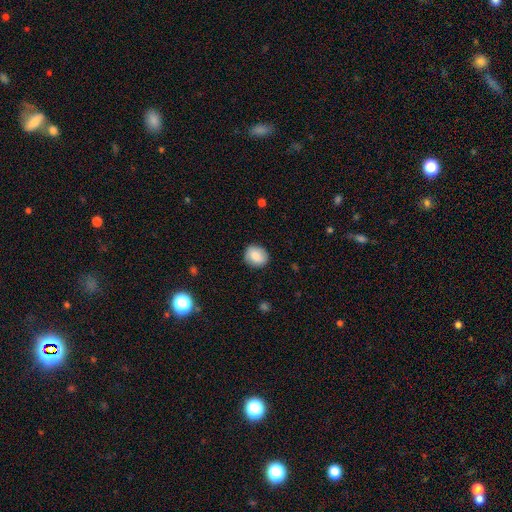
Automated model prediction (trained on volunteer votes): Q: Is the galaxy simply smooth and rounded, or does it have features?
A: smooth — 81%.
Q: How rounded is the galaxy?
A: round — 66%.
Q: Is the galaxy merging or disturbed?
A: none — 85%.